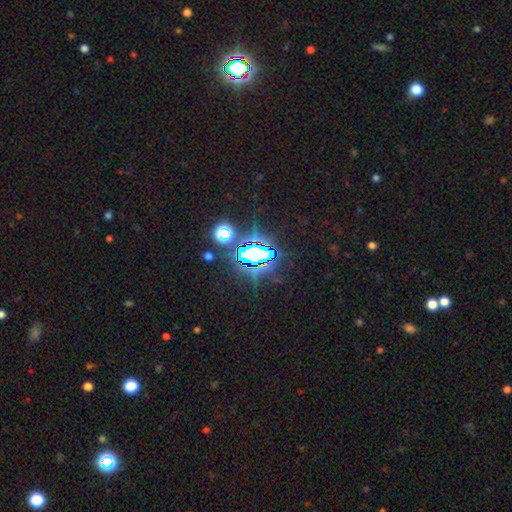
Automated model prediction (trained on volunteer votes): This is likely a star or artifact rather than a galaxy (78%).